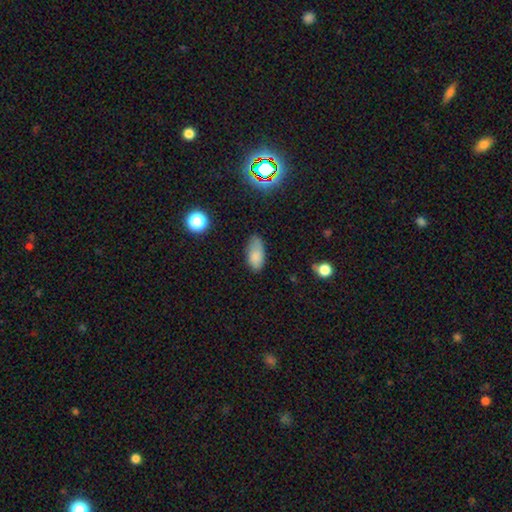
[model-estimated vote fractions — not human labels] The model was most divided on "merging": none: 67%, minor disturbance: 26%, major disturbance: 6%, merger: 2%. More confident: how rounded — in between (91%); smooth or featured — smooth (82%).